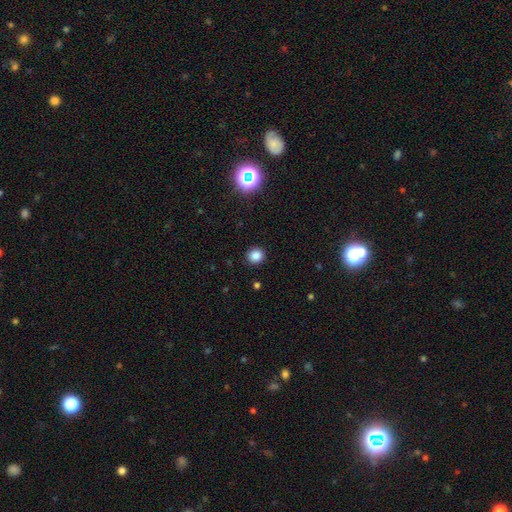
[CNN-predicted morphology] smooth_or_featured: smooth (p=0.83) [alt: star or artifact p=0.13]
how_rounded: round (p=0.86) [alt: in between p=0.13]
merging: none (p=0.91) [alt: minor disturbance p=0.06]